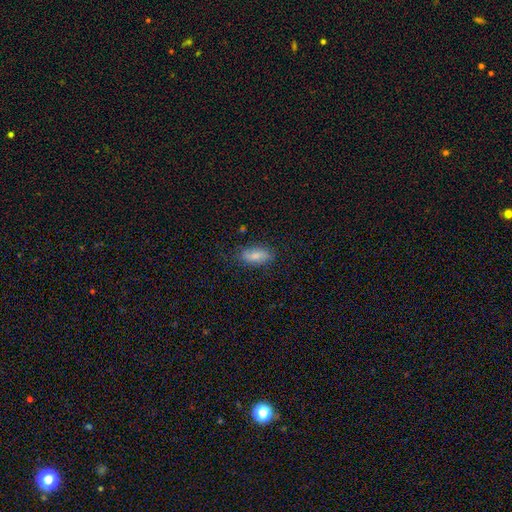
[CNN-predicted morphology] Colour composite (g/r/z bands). It shows a smooth galaxy with no disk features (78%) that is in between round and cigar-shaped (86%). Merging: none (77%).